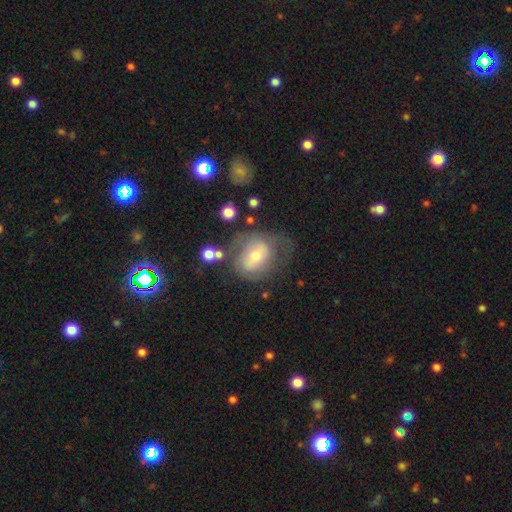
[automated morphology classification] The model was most divided on "smooth or featured" (2-way tie): featured or disk: 45%, smooth: 45%, star or artifact: 10%. Remaining: merging — none (45%).